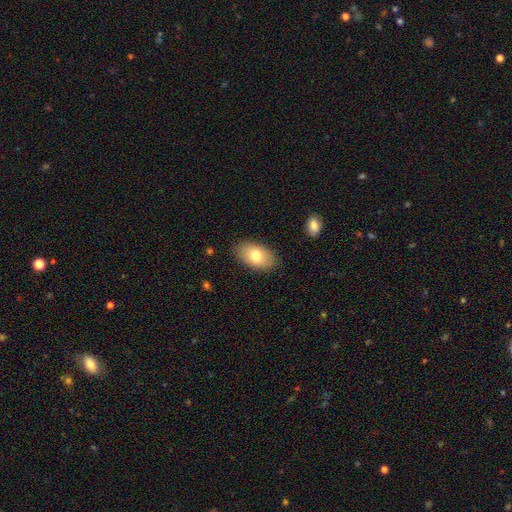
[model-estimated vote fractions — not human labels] Smooth or featured? smooth (76%)
How rounded? in between (94%)
Merging? none (86%)